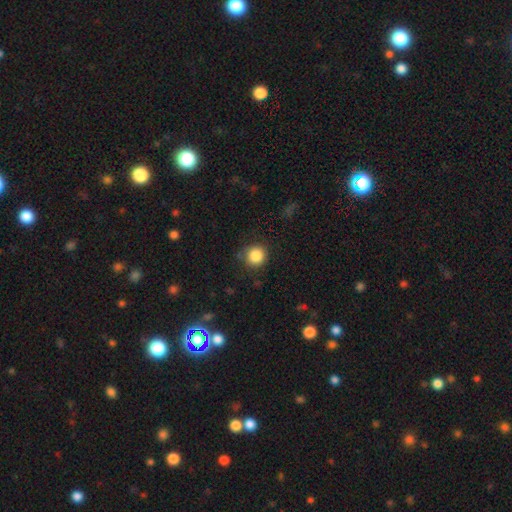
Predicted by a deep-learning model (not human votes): A smooth galaxy with no disk features (86%) that is round (92%).

Vote fractions:
- Smooth or featured? smooth: 86% / star or artifact: 10% / featured or disk: 4%
- How rounded? round: 92% / in between: 7% / cigar-shaped: 1%
- Merging? none: 82% / minor disturbance: 13% / major disturbance: 4% / merger: 2%